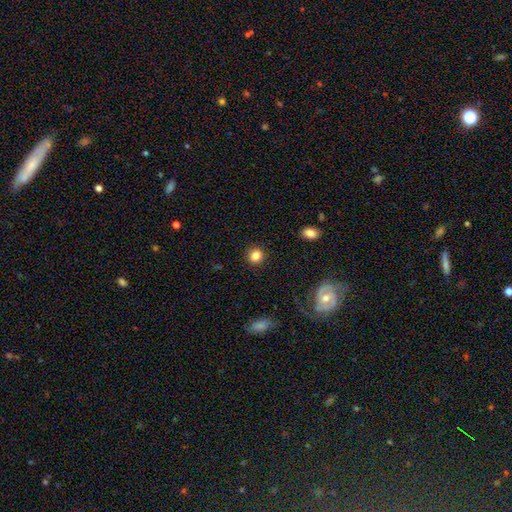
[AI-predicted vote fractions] smooth 84%, star or artifact 11%, featured or disk 5%. Down the decision tree: how rounded — round (89%); merging — none (91%).